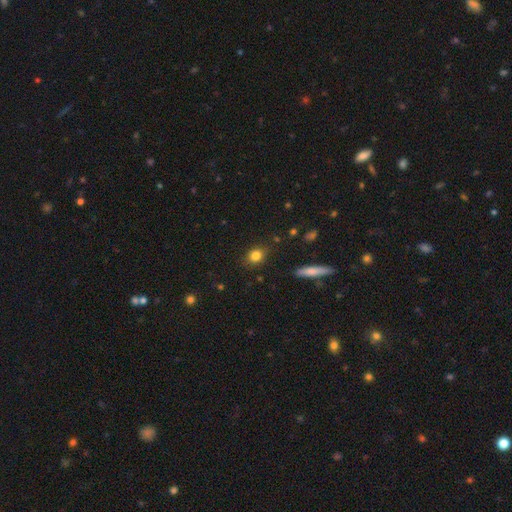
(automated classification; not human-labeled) smooth 83%, star or artifact 10%, featured or disk 7%. Down the decision tree: how rounded — round (59%); merging — none (84%).